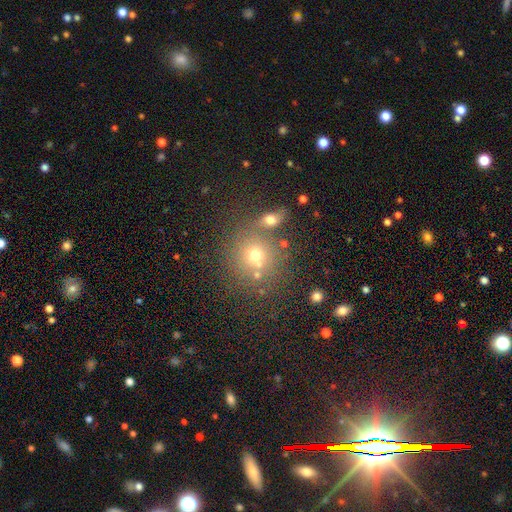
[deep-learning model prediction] smooth 62%, star or artifact 23%, featured or disk 15%. Down the decision tree: how rounded — round (83%); merging — none (61%).